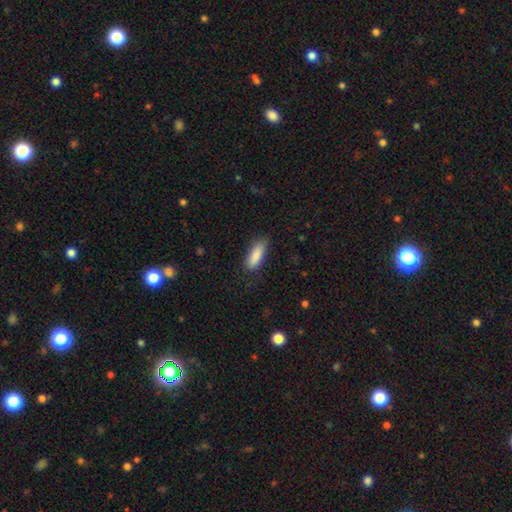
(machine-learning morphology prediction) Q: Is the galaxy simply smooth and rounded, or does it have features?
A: smooth — 87%.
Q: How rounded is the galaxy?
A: in between — 61%.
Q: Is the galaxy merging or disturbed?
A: none — 79%.